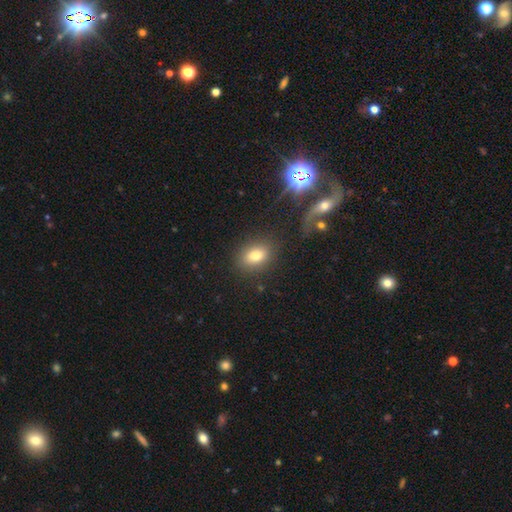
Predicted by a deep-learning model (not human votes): A smooth galaxy with no disk features (76%) that is in between round and cigar-shaped (65%).

Vote fractions:
- Smooth or featured? smooth: 76% / star or artifact: 13% / featured or disk: 11%
- How rounded? in between: 65% / round: 33% / cigar-shaped: 2%
- Merging? none: 85% / minor disturbance: 10% / major disturbance: 4% / merger: 2%